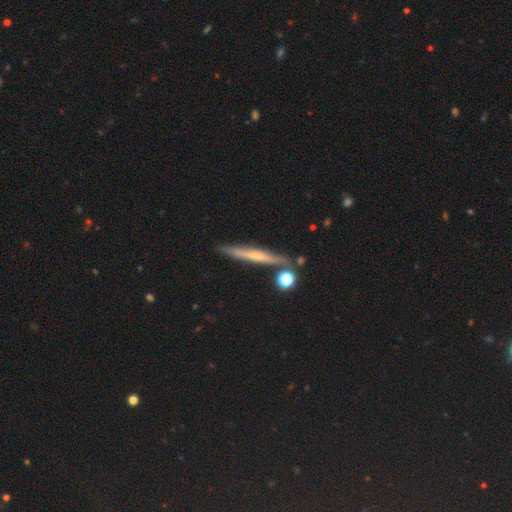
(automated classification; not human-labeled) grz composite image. It shows a featured or disk galaxy (53%) viewed edge-on (94%) with no central bulge (61%). Merging: none (80%).